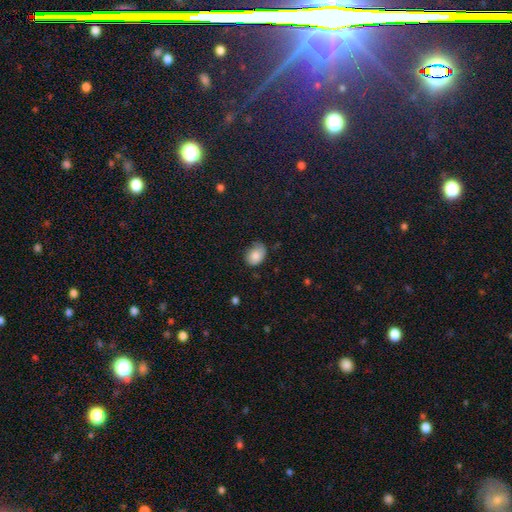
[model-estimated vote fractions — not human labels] Smooth or featured? Predicted: smooth (p=0.83). How rounded? Predicted: in between (p=0.69). Merging? Predicted: none (p=0.57).